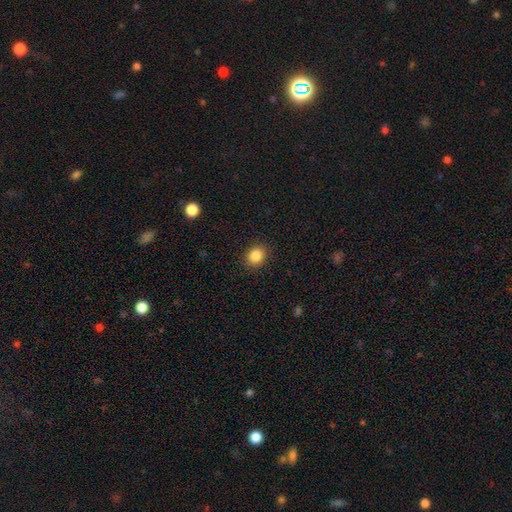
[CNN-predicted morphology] The model was most divided on "how rounded": round: 59%, in between: 41%, cigar-shaped: 1%. More confident: merging — none (89%); smooth or featured — smooth (86%).